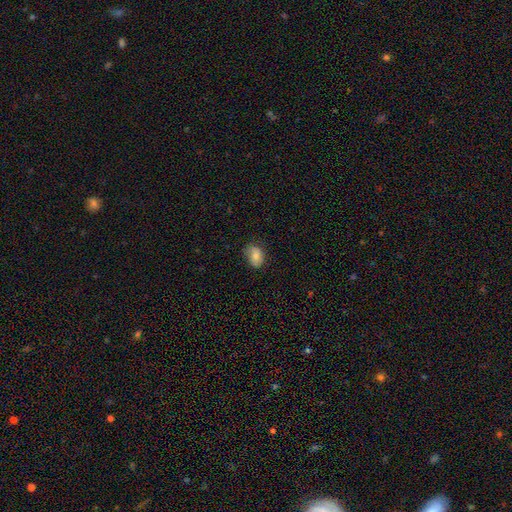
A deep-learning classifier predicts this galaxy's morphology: The model was most divided on "merging": none: 66%, minor disturbance: 27%, major disturbance: 6%, merger: 1%. More confident: smooth or featured — smooth (74%); how rounded — in between (74%).